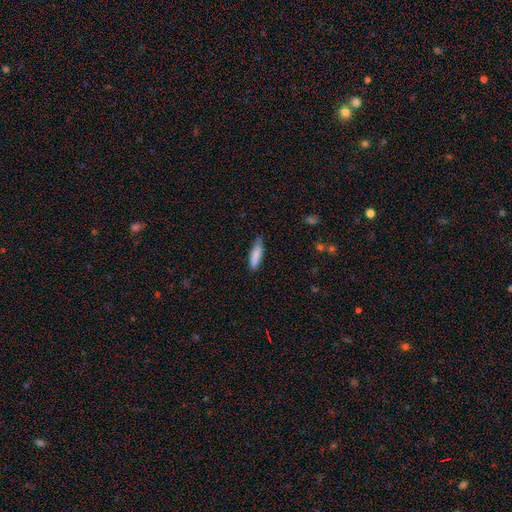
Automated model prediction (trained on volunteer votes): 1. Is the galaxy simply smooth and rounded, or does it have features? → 86% smooth, 8% featured or disk, 6% star or artifact.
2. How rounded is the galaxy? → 61% cigar-shaped, 38% in between, 1% round.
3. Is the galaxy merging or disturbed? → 71% none, 24% minor disturbance, 3% major disturbance, 2% merger.